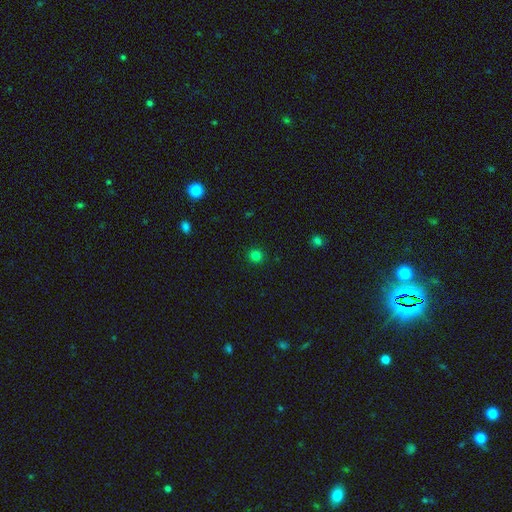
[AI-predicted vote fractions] Smooth or featured? Predicted: smooth (p=0.80). How rounded? Predicted: round (p=0.92). Merging? Predicted: none (p=0.92).